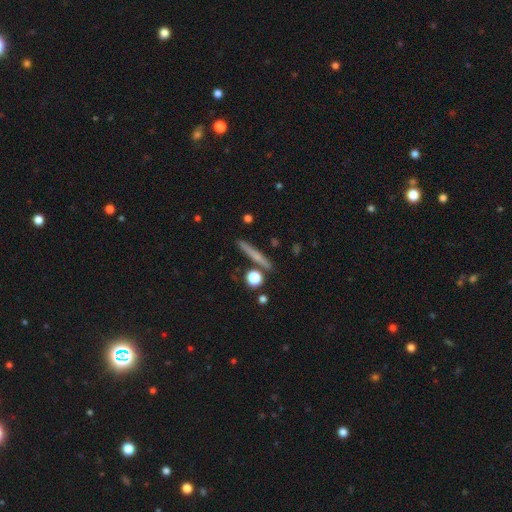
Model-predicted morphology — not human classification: smooth 54%, featured or disk 37%, star or artifact 9%. Down the decision tree: how rounded — cigar-shaped (85%); merging — none (85%).